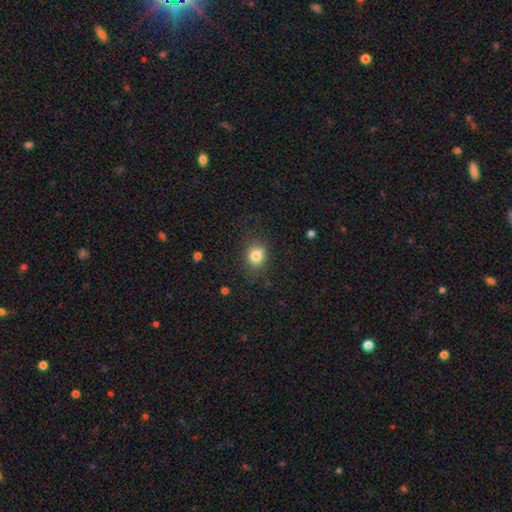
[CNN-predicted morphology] smooth 80%, star or artifact 12%, featured or disk 9%. Down the decision tree: how rounded — round (66%); merging — none (71%).